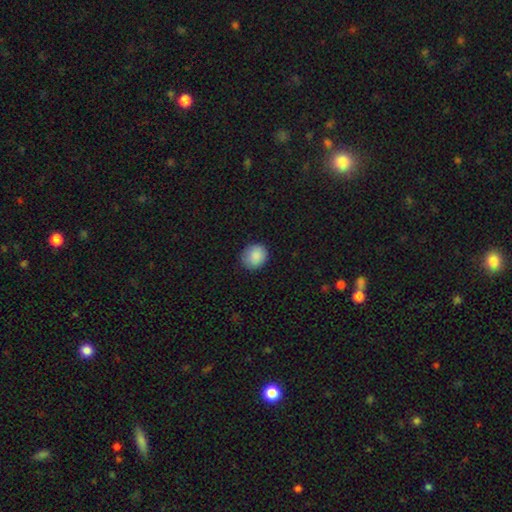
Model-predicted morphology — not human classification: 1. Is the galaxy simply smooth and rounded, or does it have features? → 88% smooth, 8% star or artifact, 4% featured or disk.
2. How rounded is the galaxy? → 71% round, 28% in between, 1% cigar-shaped.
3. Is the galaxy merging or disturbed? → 85% none, 12% minor disturbance, 2% major disturbance, 1% merger.